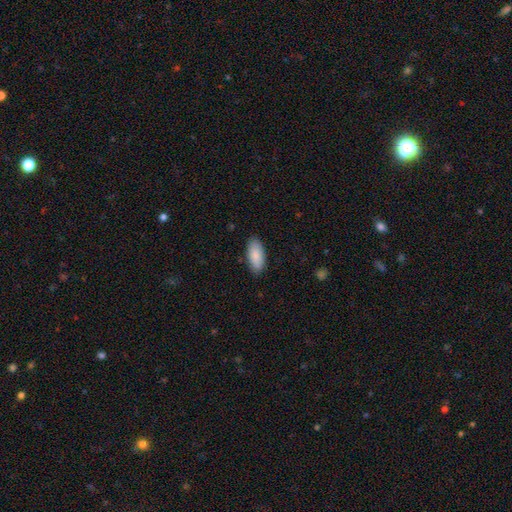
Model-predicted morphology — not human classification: smooth-or-featured: smooth: 87% | featured or disk: 7% | star or artifact: 6%
  how-rounded: in between: 88% | cigar-shaped: 10% | round: 2%
  merging: none: 86% | minor disturbance: 11% | major disturbance: 2% | merger: 1%